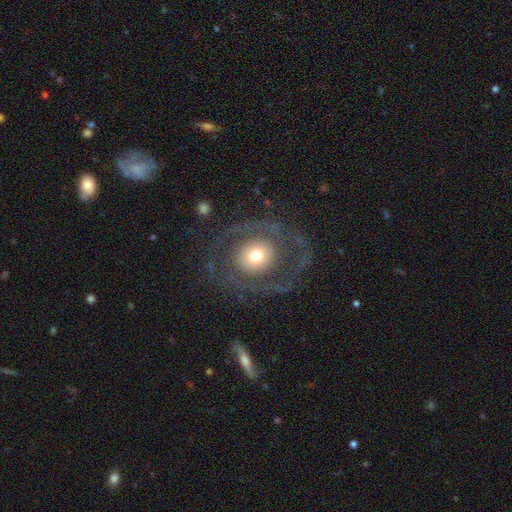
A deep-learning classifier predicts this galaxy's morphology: Q: Smooth or featured?
A: featured or disk (63%); runner-up: smooth (30%)
Q: Edge-on disk?
A: no (96%); runner-up: yes (4%)
Q: Bar?
A: no (83%); runner-up: weak (12%)
Q: Spiral arms?
A: yes (61%); runner-up: no (39%)
Q: Bulge size?
A: moderate (56%); runner-up: large (22%)
Q: Merging?
A: none (67%); runner-up: major disturbance (19%)